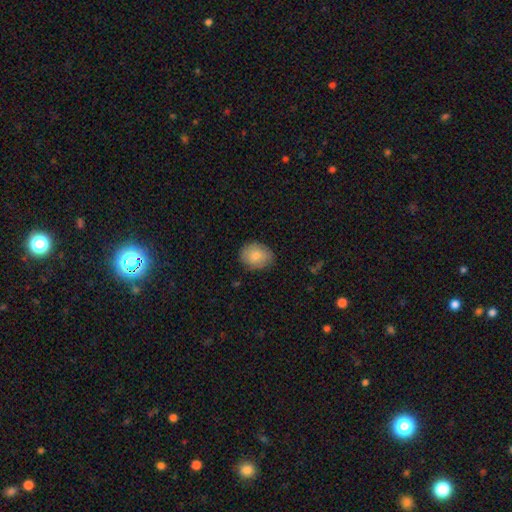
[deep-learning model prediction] The model was most divided on "how rounded": in between: 57%, round: 42%, cigar-shaped: 1%. More confident: smooth or featured — smooth (82%); merging — none (82%).